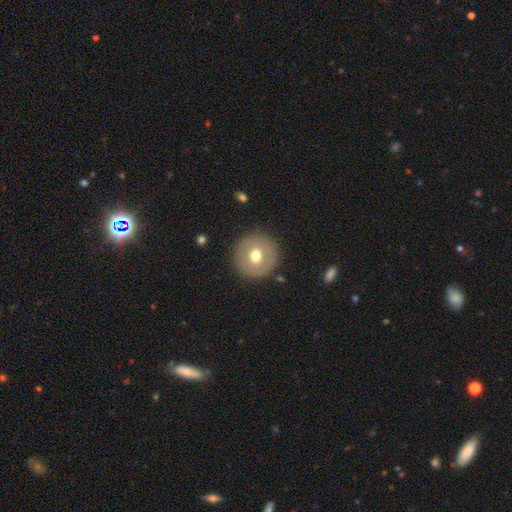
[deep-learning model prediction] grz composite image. It shows a smooth galaxy with no disk features (63%) that is round (95%). Merging: none (88%).